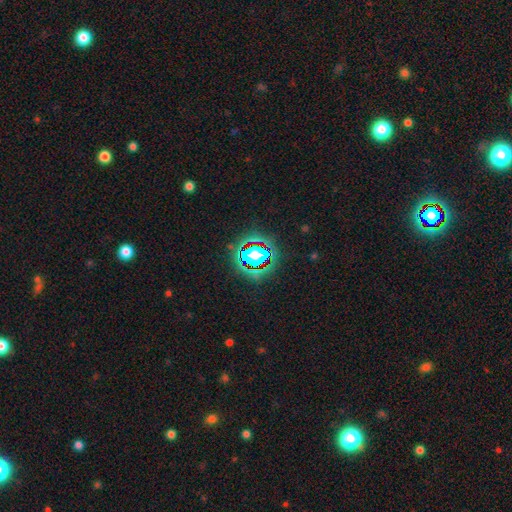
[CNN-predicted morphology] A star or artifact, not a galaxy (80%).

Vote fractions:
- Smooth or featured? star or artifact: 80% / smooth: 11% / featured or disk: 8%